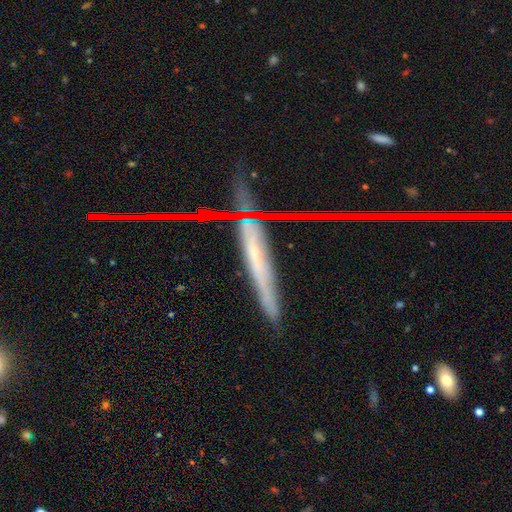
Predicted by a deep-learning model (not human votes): Overall: featured or disk (54%; smooth 25%). Edge-on disk: yes (90%). Merging: none (73%).